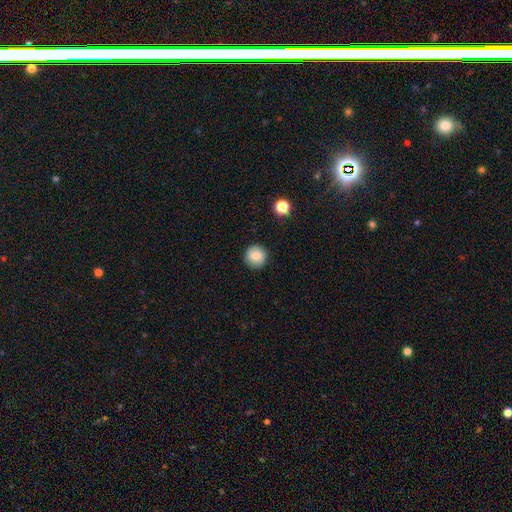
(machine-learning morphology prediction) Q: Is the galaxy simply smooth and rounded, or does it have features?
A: smooth — 82%.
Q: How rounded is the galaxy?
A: round — 93%.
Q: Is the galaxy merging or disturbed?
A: none — 90%.